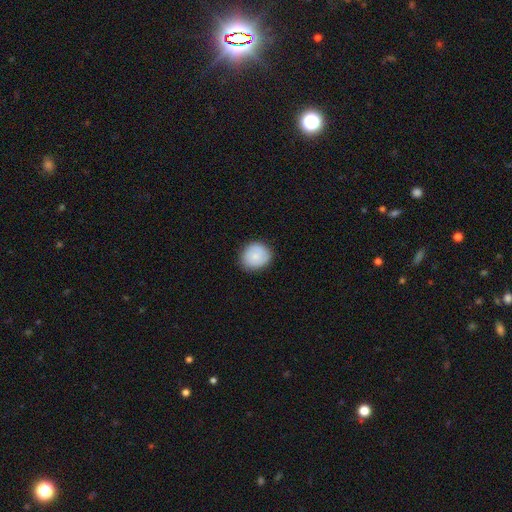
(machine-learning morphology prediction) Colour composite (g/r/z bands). It shows a smooth galaxy with no disk features (80%) that is round (79%). Merging: none (83%).